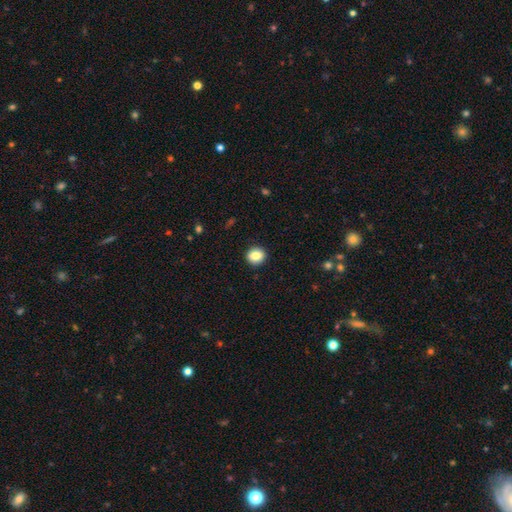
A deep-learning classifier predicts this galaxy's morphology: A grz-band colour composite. It shows a smooth galaxy with no disk features (82%) that is round (79%). Merging: none (91%).